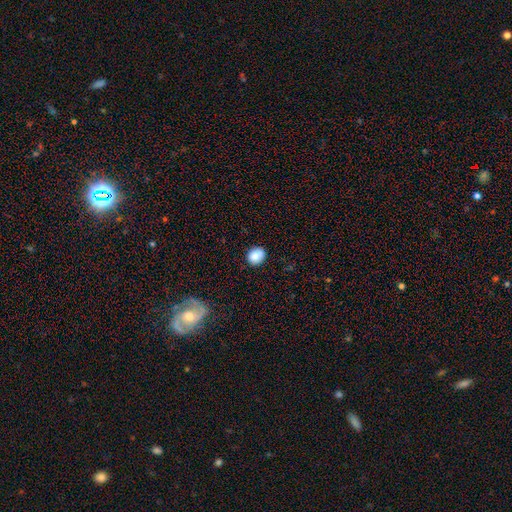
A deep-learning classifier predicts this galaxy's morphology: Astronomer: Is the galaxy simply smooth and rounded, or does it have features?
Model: smooth — 87%.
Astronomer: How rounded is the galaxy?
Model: round — 61% (runner-up: in between, 38%).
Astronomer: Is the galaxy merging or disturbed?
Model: none — 84%.